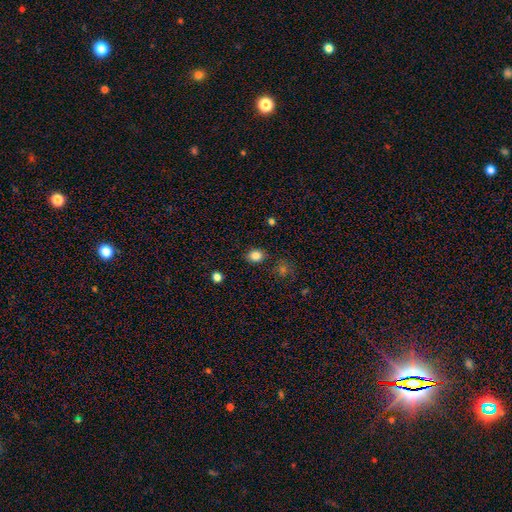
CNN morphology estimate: Smooth or featured?
  - smooth: 83% *
  - star or artifact: 11%
  - featured or disk: 5%
How rounded?
  - round: 53% *
  - in between: 46%
  - cigar-shaped: 1%
Merging?
  - none: 84% *
  - minor disturbance: 10%
  - major disturbance: 3%
  - merger: 3%